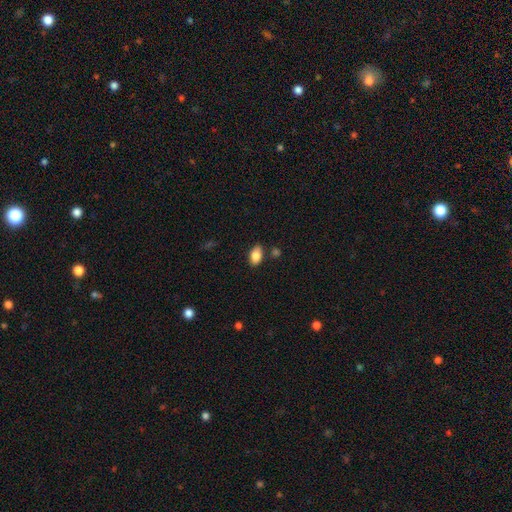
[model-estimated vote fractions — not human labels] Q: Smooth or featured?
A: smooth (84%); runner-up: featured or disk (8%)
Q: How rounded?
A: in between (91%); runner-up: round (7%)
Q: Merging?
A: none (81%); runner-up: minor disturbance (11%)